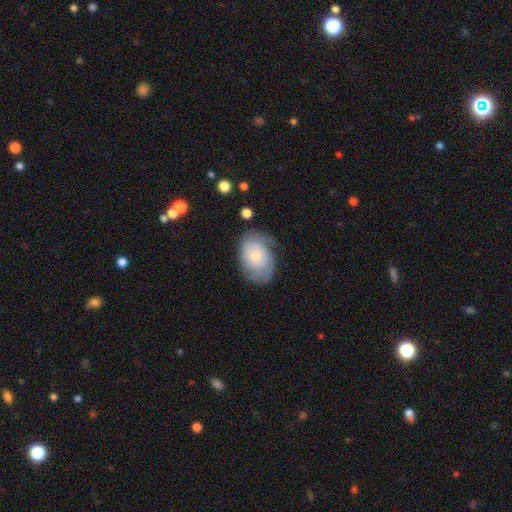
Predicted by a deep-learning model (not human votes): Smooth or featured? featured or disk (47%)
Merging? none (55%)